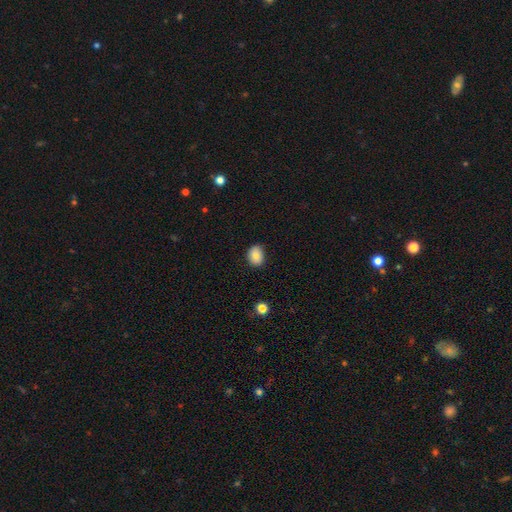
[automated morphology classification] A smooth galaxy with no disk features (84%) that is in between round and cigar-shaped (54%).

Vote fractions:
- Smooth or featured? smooth: 84% / star or artifact: 9% / featured or disk: 7%
- How rounded? in between: 54% / round: 45% / cigar-shaped: 1%
- Merging? none: 83% / minor disturbance: 13% / major disturbance: 2% / merger: 1%